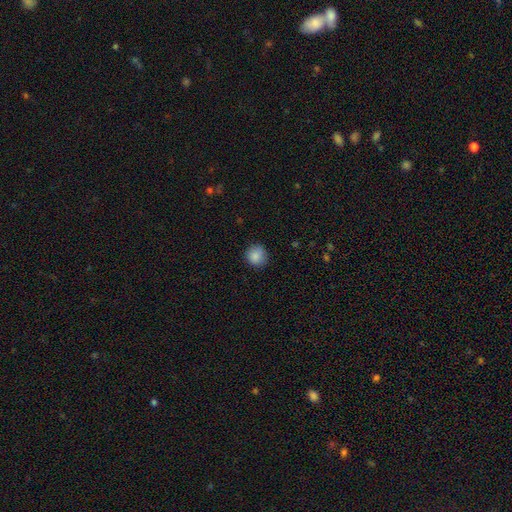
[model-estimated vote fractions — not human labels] The model was most divided on "smooth or featured": smooth: 87%, star or artifact: 9%, featured or disk: 4%. More confident: how rounded — round (89%); merging — none (87%).